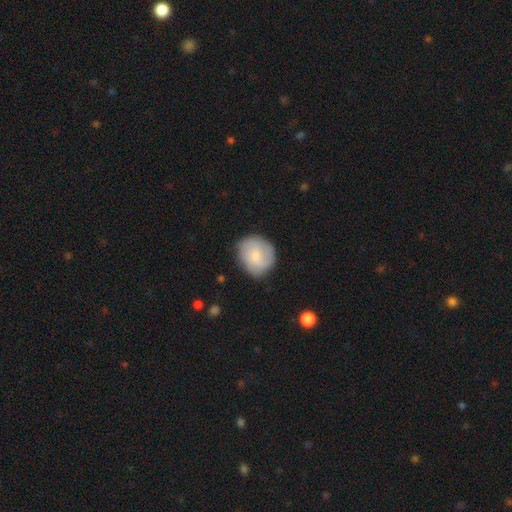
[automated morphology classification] smooth_or_featured: smooth (p=0.62) [alt: featured or disk p=0.31]
how_rounded: round (p=0.73) [alt: in between p=0.26]
merging: none (p=0.76) [alt: minor disturbance p=0.18]